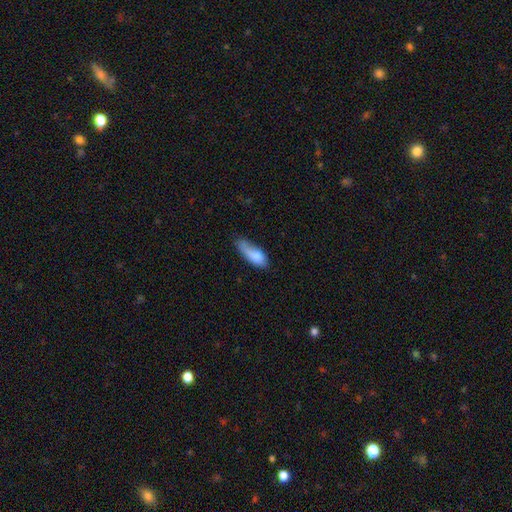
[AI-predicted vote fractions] smooth_or_featured: smooth (p=0.75) [alt: featured or disk p=0.19]
how_rounded: in between (p=0.71) [alt: cigar-shaped p=0.26]
merging: none (p=0.38) [alt: minor disturbance p=0.34]